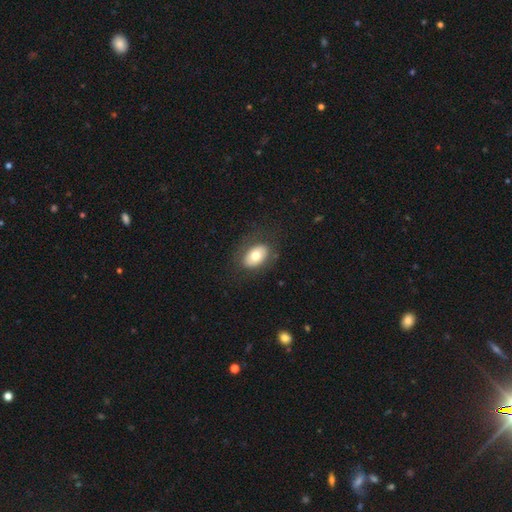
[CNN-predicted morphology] Smooth or featured?
  - smooth: 68% *
  - featured or disk: 24%
  - star or artifact: 7%
How rounded?
  - in between: 85% *
  - round: 14%
  - cigar-shaped: 1%
Merging?
  - none: 79% *
  - minor disturbance: 13%
  - major disturbance: 7%
  - merger: 1%